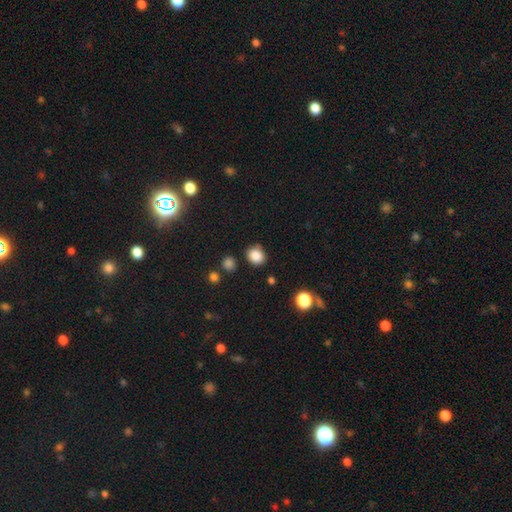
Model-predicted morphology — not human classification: Smooth or featured? smooth (85%)
How rounded? round (70%)
Merging? none (79%)